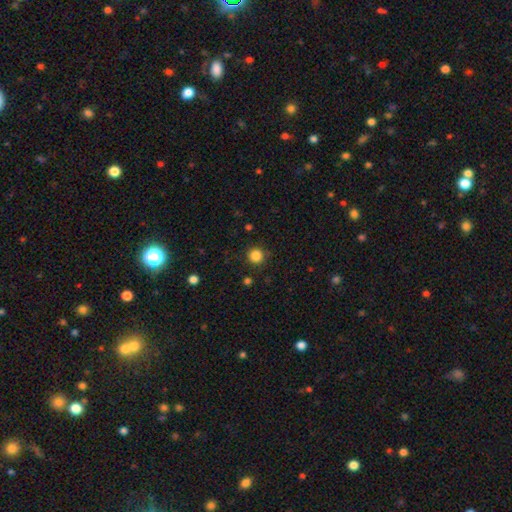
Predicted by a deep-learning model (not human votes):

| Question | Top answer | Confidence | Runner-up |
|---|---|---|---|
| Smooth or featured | smooth | 85% | star or artifact (12%) |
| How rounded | round | 94% | in between (5%) |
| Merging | none | 88% | minor disturbance (8%) |